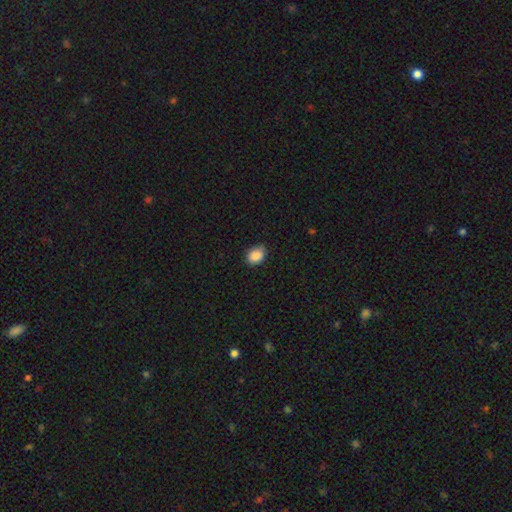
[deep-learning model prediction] Smooth or featured? Predicted: smooth (p=0.89). How rounded? Predicted: in between (p=0.71). Merging? Predicted: none (p=0.83).